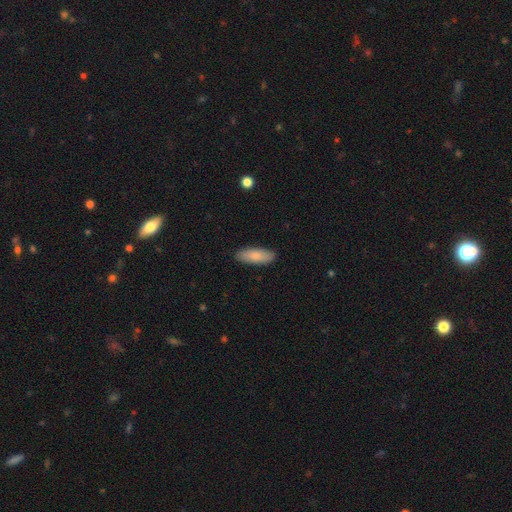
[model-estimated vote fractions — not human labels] Smooth or featured?
  - smooth: 85% *
  - featured or disk: 10%
  - star or artifact: 6%
How rounded?
  - in between: 68% *
  - cigar-shaped: 30%
  - round: 2%
Merging?
  - none: 89% *
  - minor disturbance: 8%
  - major disturbance: 2%
  - merger: 1%